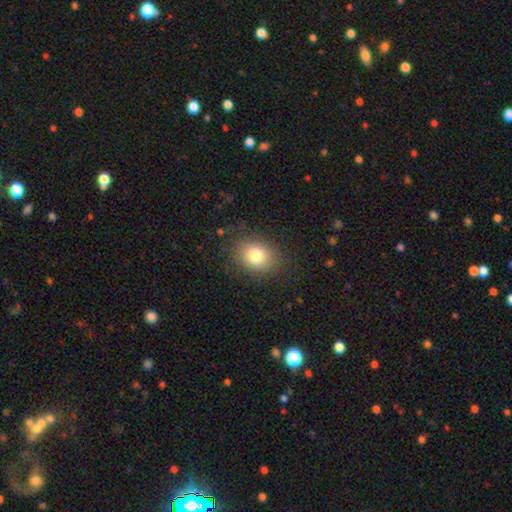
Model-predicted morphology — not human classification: This appears to be a smooth galaxy with no disk features (80%) that is round (50%). Merging: none (84%).